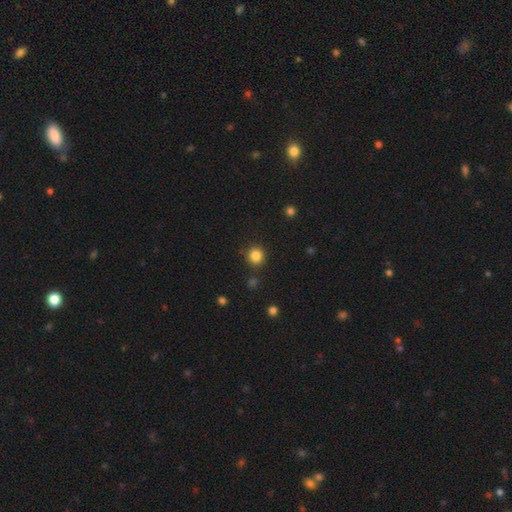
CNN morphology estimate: type=smooth (85%); roundness=round (89%); merging=none (87%).